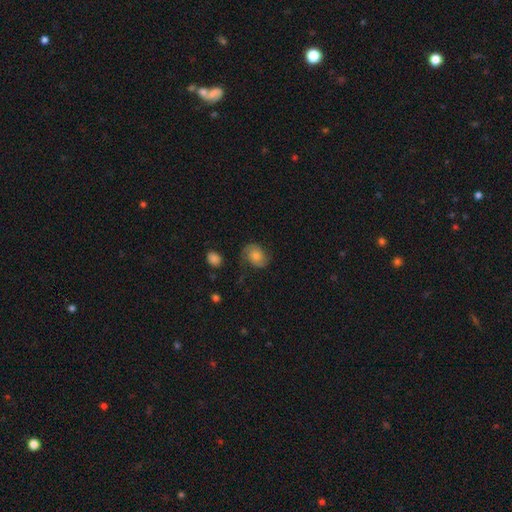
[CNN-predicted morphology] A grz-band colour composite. It shows a featured or disk galaxy (53%) with no bar (77%), spiral arms (88%) and a moderate central bulge (54%). Merging: none (70%).